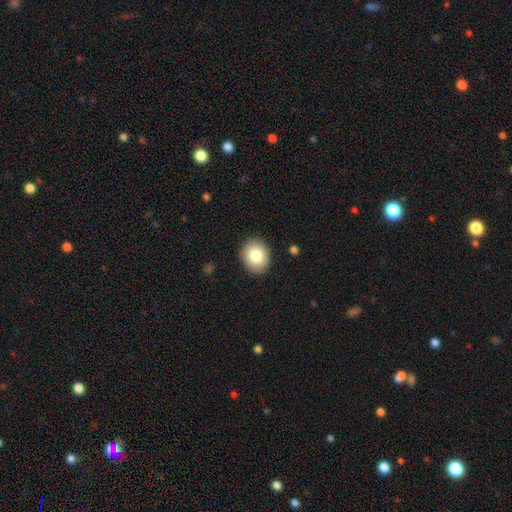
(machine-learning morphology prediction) smooth_or_featured: smooth (p=0.81) [alt: featured or disk p=0.10]
how_rounded: round (p=0.60) [alt: in between p=0.39]
merging: none (p=0.89) [alt: minor disturbance p=0.08]